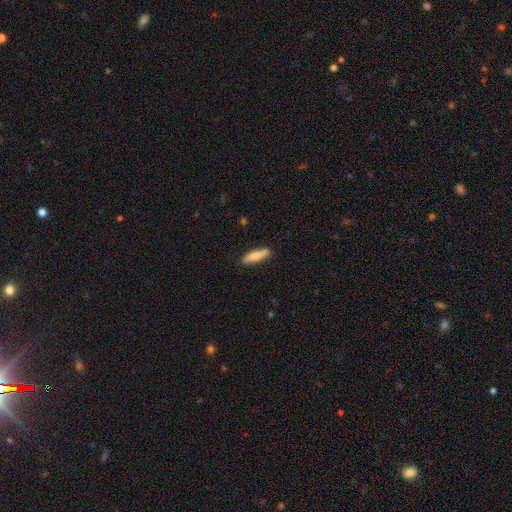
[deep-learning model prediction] Smooth or featured: smooth — 72% (featured or disk — 22%)
How rounded: cigar-shaped — 69% (in between — 29%)
Merging: none — 85% (minor disturbance — 11%)